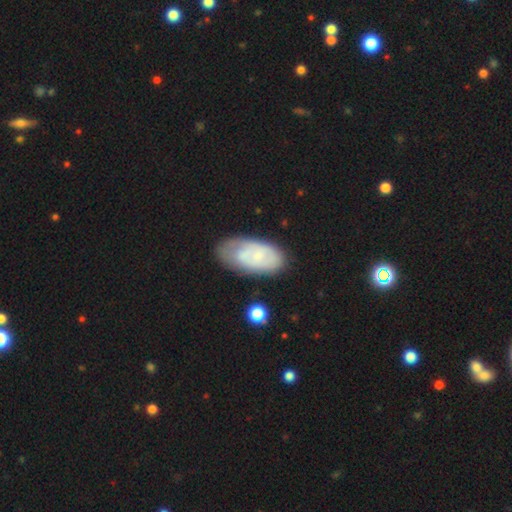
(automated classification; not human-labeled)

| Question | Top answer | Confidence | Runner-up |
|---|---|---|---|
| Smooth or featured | smooth | 47% | featured or disk (46%) |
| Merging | none | 65% | minor disturbance (23%) |